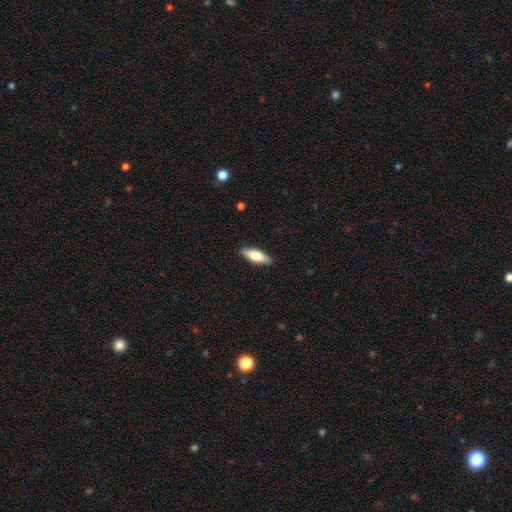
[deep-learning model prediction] smooth 75%, featured or disk 19%, star or artifact 6%. Down the decision tree: how rounded — in between (66%); merging — none (88%).